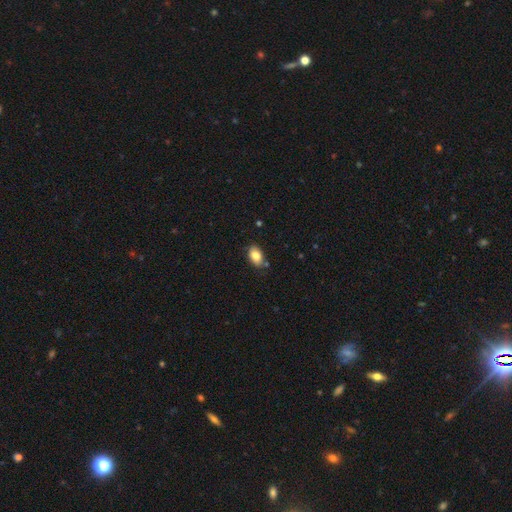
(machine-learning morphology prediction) Q: Smooth or featured?
A: smooth (82%); runner-up: featured or disk (11%)
Q: How rounded?
A: in between (88%); runner-up: round (10%)
Q: Merging?
A: none (78%); runner-up: minor disturbance (16%)